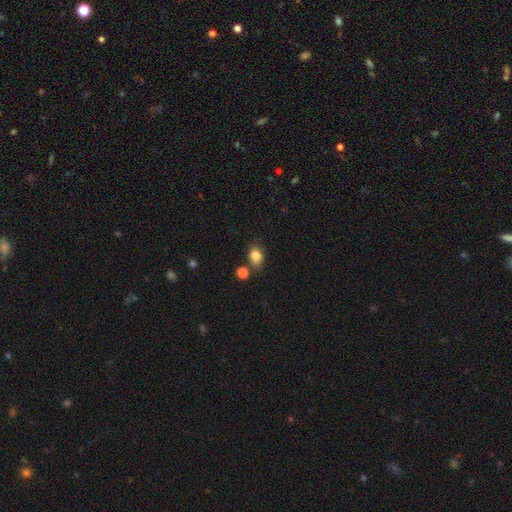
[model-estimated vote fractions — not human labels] Morphology: type=smooth (83%); roundness=in between (66%); merging=none (64%).